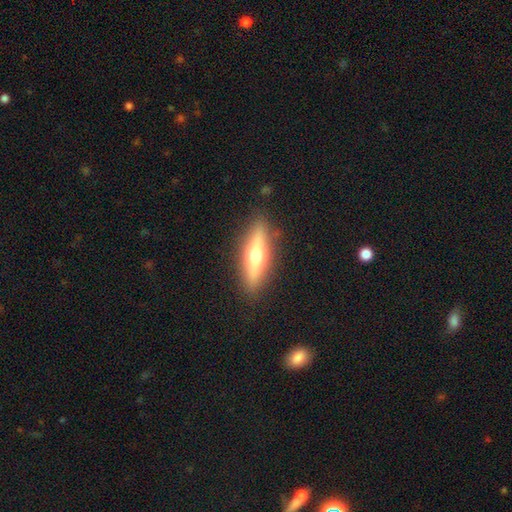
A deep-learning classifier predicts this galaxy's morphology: This appears to be a smooth galaxy with no disk features (47%, tied with featured or disk). Merging: none (88%).